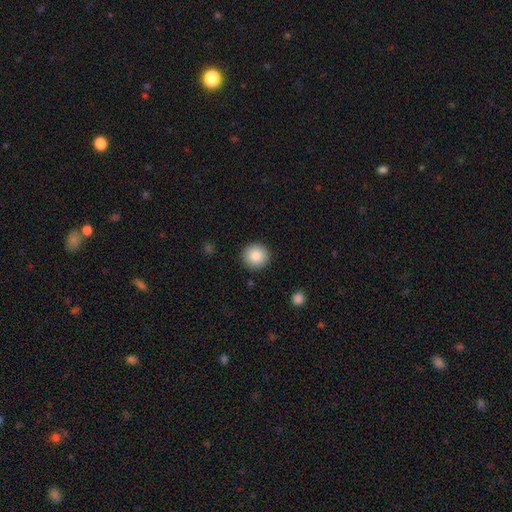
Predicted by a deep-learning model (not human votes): The model was most divided on "smooth or featured": smooth: 85%, star or artifact: 8%, featured or disk: 6%. More confident: how rounded — round (94%); merging — none (91%).